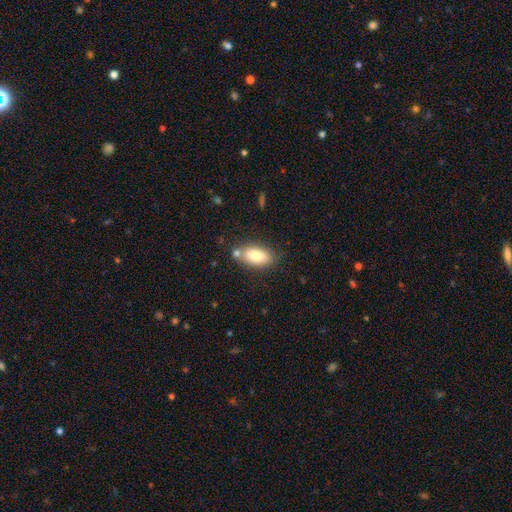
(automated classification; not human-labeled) smooth-or-featured: smooth: 80% | featured or disk: 13% | star or artifact: 7%
  how-rounded: in between: 90% | cigar-shaped: 5% | round: 4%
  merging: none: 70% | minor disturbance: 15% | merger: 11% | major disturbance: 4%